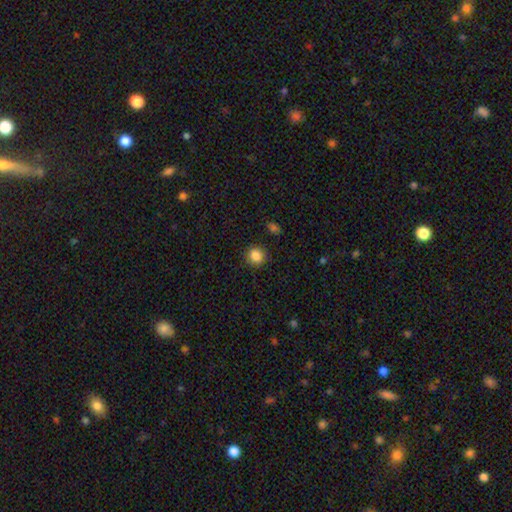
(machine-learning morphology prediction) Smooth or featured: smooth — 86% (star or artifact — 10%)
How rounded: round — 78% (in between — 21%)
Merging: none — 88% (minor disturbance — 8%)